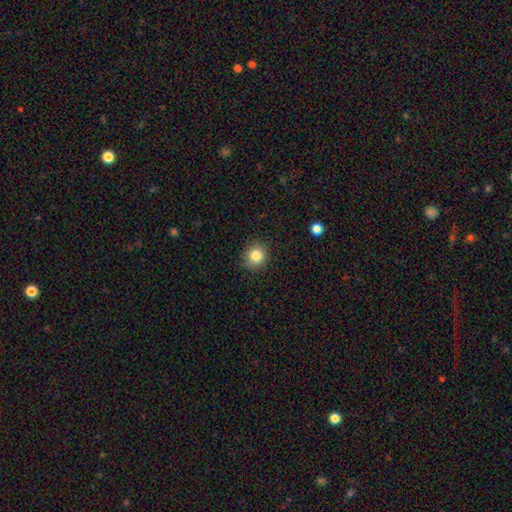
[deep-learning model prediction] The model was most divided on "smooth or featured": smooth: 84%, star or artifact: 11%, featured or disk: 6%. More confident: merging — none (88%); how rounded — round (87%).